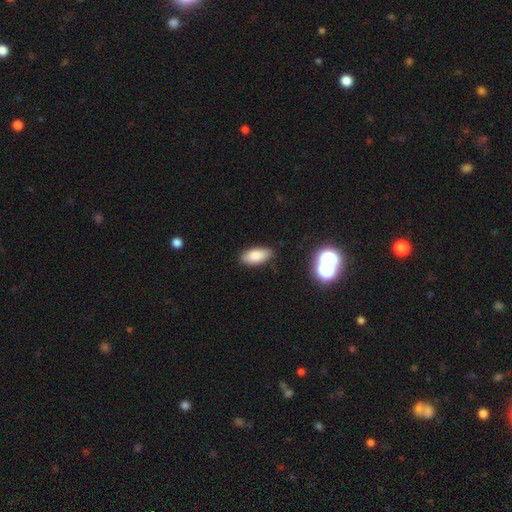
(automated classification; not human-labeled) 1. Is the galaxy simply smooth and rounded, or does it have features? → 85% smooth, 9% star or artifact, 7% featured or disk.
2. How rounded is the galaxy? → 90% in between, 7% cigar-shaped, 3% round.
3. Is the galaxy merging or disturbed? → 85% none, 11% minor disturbance, 2% major disturbance, 1% merger.